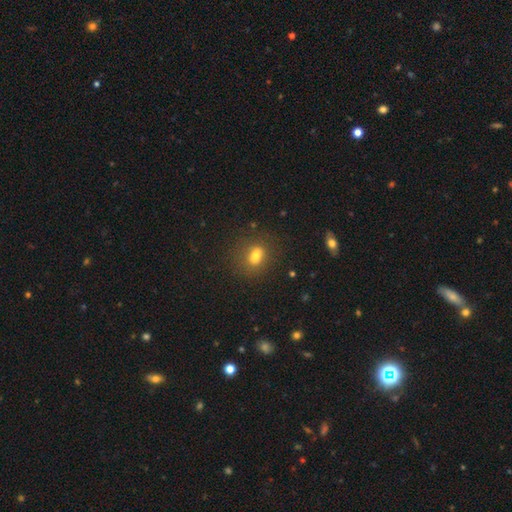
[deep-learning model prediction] Overall: smooth (71%). How rounded: in between (63%; round 34%). Merging: none (71%).